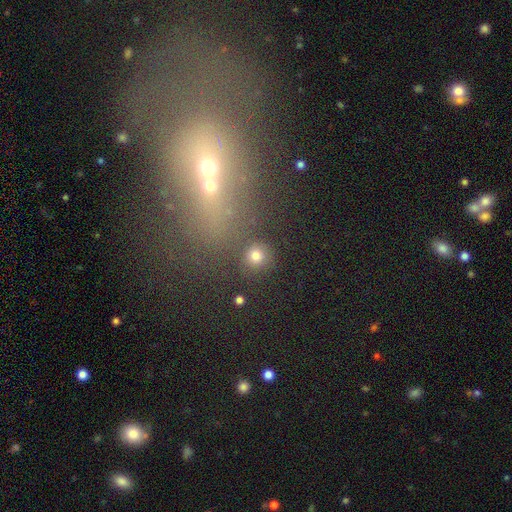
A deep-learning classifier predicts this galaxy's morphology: The model was most divided on "smooth or featured": smooth: 79%, star or artifact: 15%, featured or disk: 6%. More confident: how rounded — round (93%); merging — none (86%).